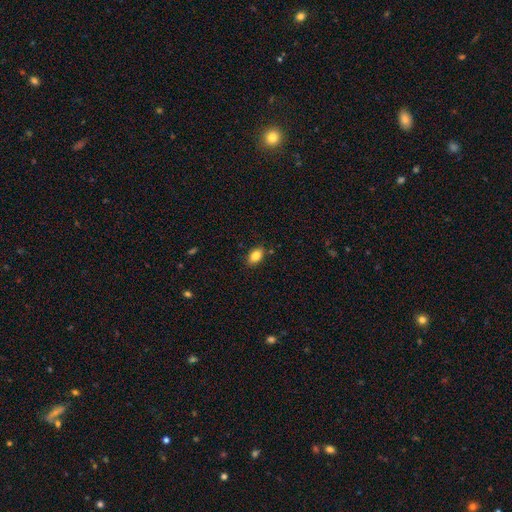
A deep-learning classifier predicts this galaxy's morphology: type=smooth (85%); roundness=in between (86%); merging=none (84%).